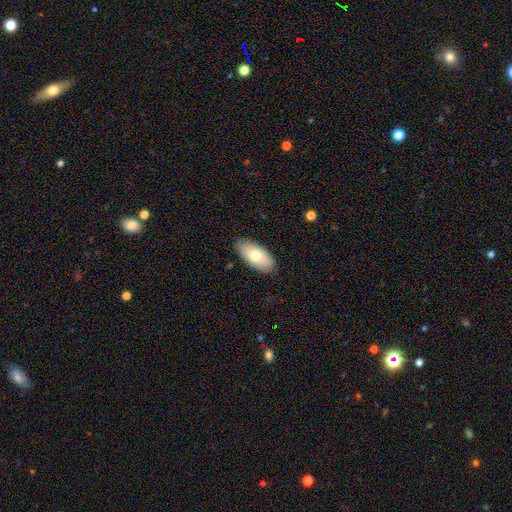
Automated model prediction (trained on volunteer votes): smooth 71%, featured or disk 23%, star or artifact 6%. Down the decision tree: how rounded — in between (91%); merging — none (86%).